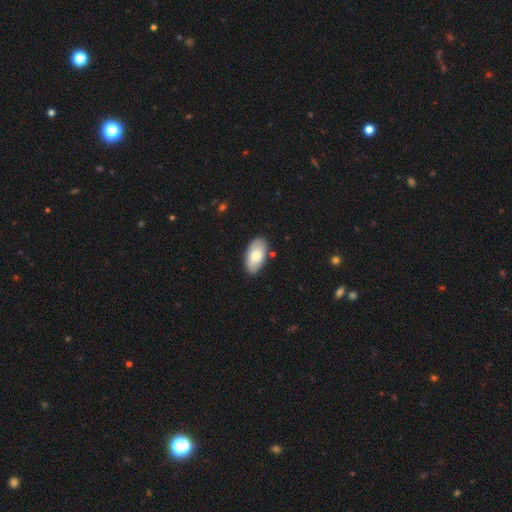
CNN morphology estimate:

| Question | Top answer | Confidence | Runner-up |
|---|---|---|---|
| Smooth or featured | smooth | 73% | featured or disk (21%) |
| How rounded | in between | 95% | round (3%) |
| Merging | none | 84% | minor disturbance (12%) |